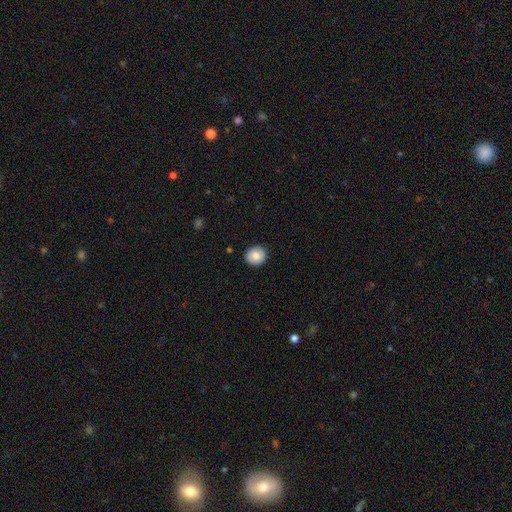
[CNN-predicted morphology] Overall: smooth (81%). How rounded: round (88%). Merging: none (90%).